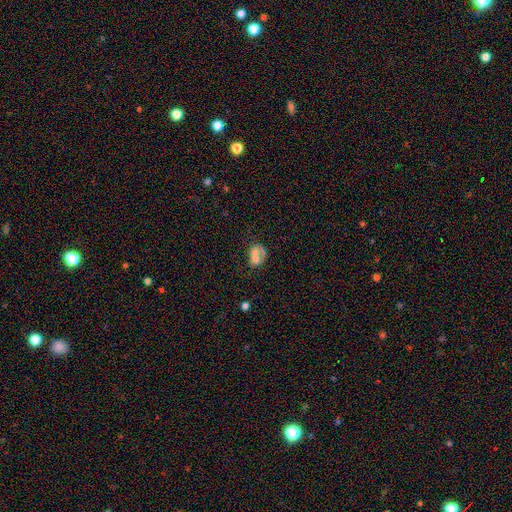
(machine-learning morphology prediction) type=smooth (57%); roundness=in between (62%); merging=merger (34%).